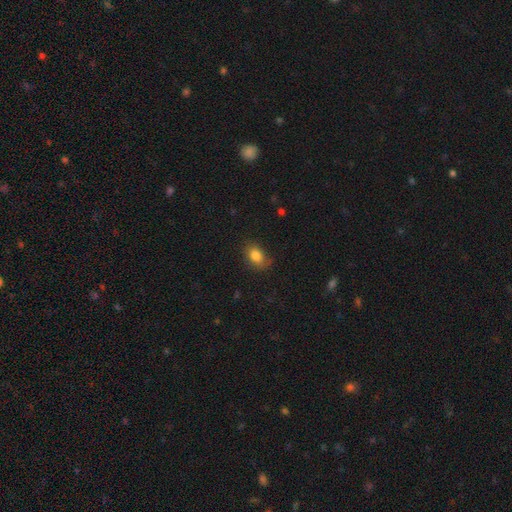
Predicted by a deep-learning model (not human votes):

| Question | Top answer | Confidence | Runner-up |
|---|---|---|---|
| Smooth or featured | smooth | 83% | star or artifact (9%) |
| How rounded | in between | 73% | round (26%) |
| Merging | none | 77% | minor disturbance (18%) |